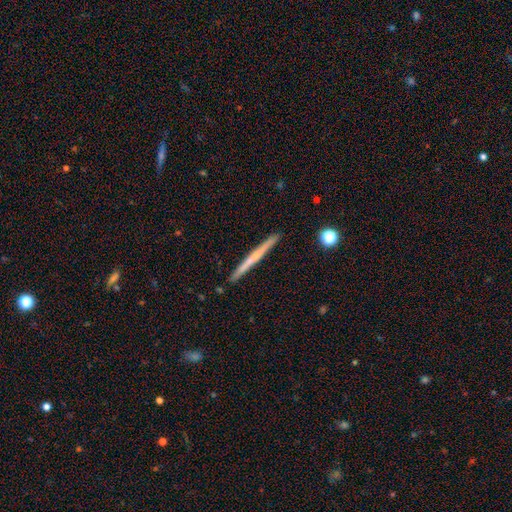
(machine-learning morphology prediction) A featured or disk galaxy (51%) viewed edge-on (98%).

Vote fractions:
- Smooth or featured? featured or disk: 51% / smooth: 43% / star or artifact: 6%
- Edge-on disk? yes: 98% / no: 2%
- Merging? none: 92% / minor disturbance: 6% / merger: 1% / major disturbance: 1%